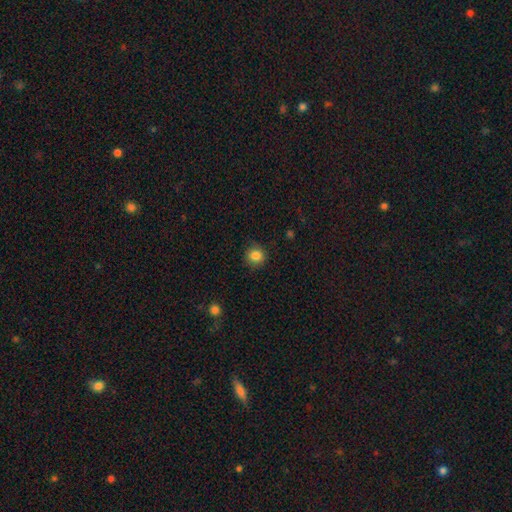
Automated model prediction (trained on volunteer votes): Overall: smooth (85%). How rounded: round (89%). Merging: none (87%).